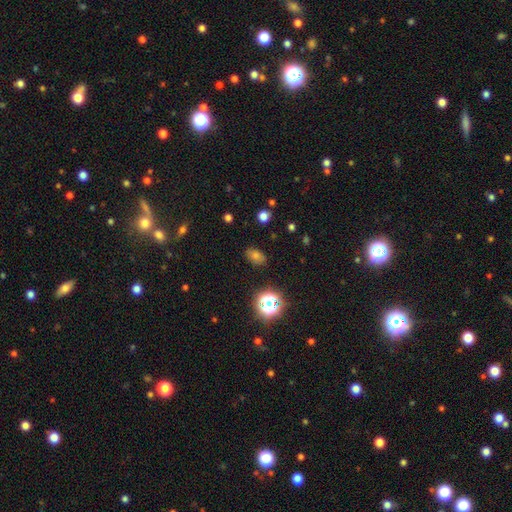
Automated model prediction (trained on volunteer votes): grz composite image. It shows a smooth galaxy with no disk features (55%) that is in between round and cigar-shaped (73%). Merging: none (85%).